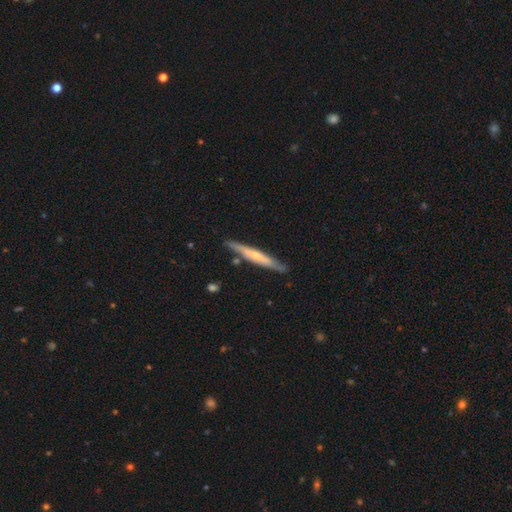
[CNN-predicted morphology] This appears to be a featured or disk galaxy (57%) viewed edge-on (92%) with a rounded central bulge (56%). Merging: none (82%).